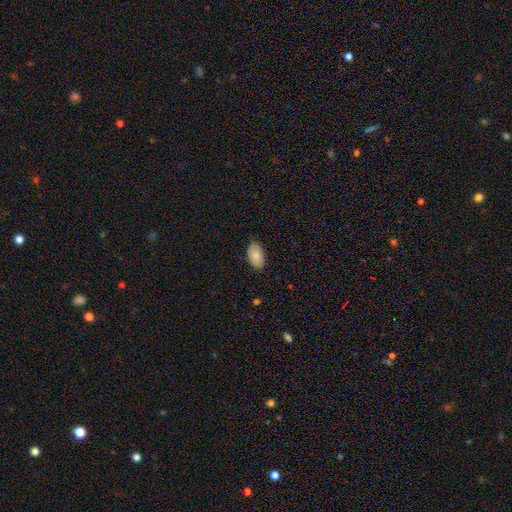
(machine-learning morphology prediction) Smooth or featured? smooth (80%)
How rounded? in between (94%)
Merging? none (82%)